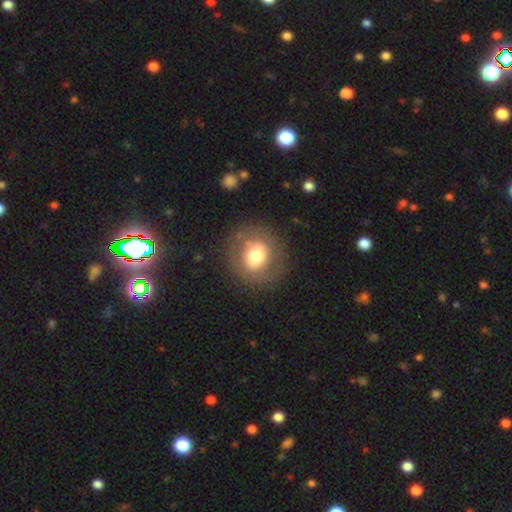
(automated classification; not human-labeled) Overall: smooth (60%; featured or disk 30%). How rounded: round (88%). Merging: none (81%).